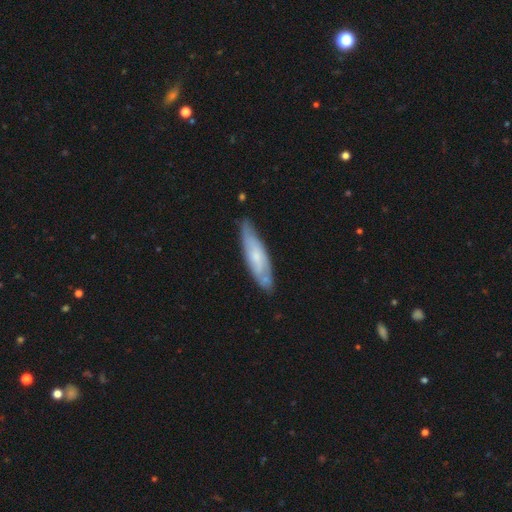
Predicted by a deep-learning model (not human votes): featured or disk 51%, smooth 40%, star or artifact 9%. Down the decision tree: edge-on disk — yes (51%); merging — none (81%).